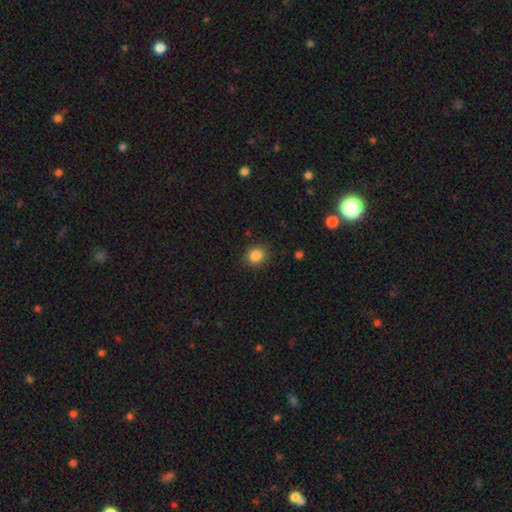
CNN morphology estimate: type=smooth (85%); roundness=round (75%); merging=none (88%).